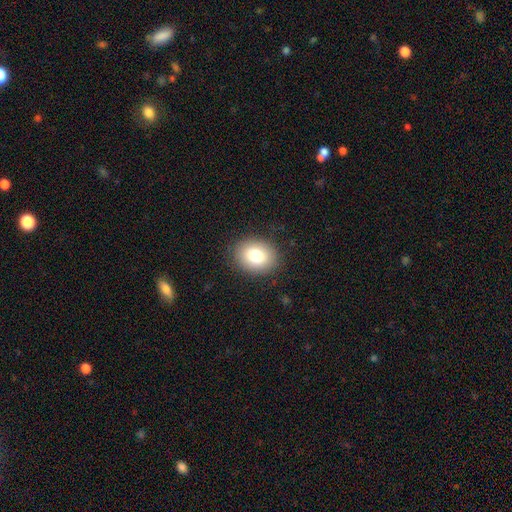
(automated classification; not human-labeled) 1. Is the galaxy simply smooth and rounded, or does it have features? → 79% smooth, 11% featured or disk, 9% star or artifact.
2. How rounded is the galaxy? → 54% in between, 45% round, 1% cigar-shaped.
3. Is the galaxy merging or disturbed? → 87% none, 9% minor disturbance, 3% major disturbance, 1% merger.